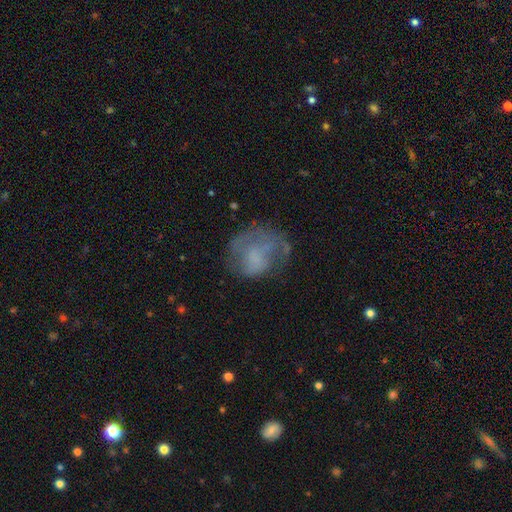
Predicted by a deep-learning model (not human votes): Smooth or featured? featured or disk (45%)
Merging? none (43%)